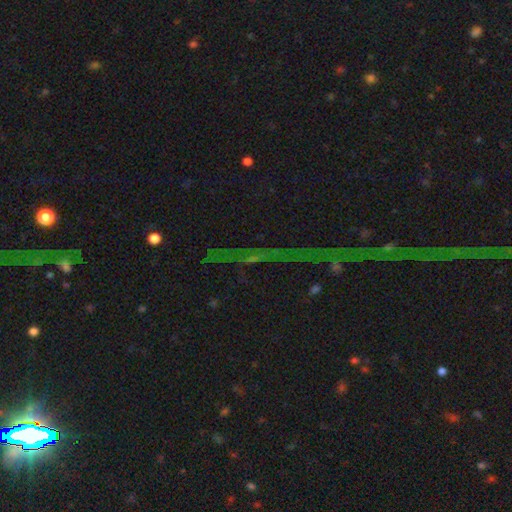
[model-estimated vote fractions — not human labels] Smooth or featured: star or artifact — 83% (featured or disk — 9%)